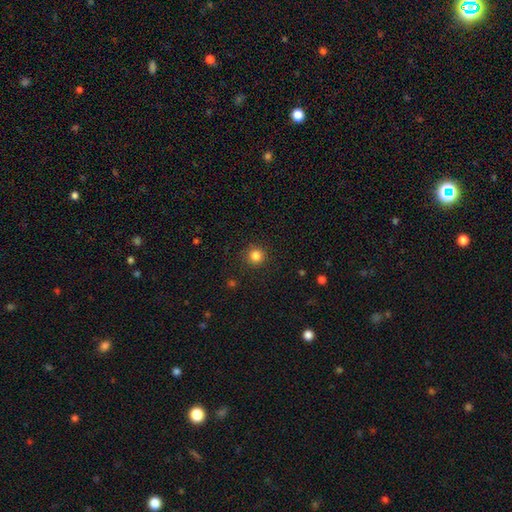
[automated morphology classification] This is clearly a smooth galaxy (84%). How rounded: clearly round (95%). Merging: clearly none (90%).